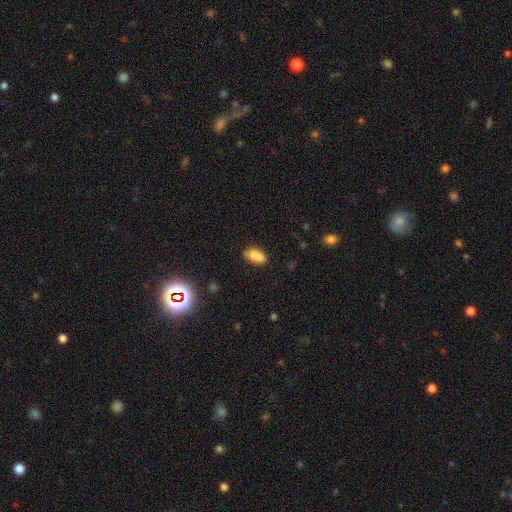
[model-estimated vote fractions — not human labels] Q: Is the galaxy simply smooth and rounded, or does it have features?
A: smooth — 71%.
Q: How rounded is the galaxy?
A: in between — 80%.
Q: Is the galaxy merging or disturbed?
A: merger — 41%.